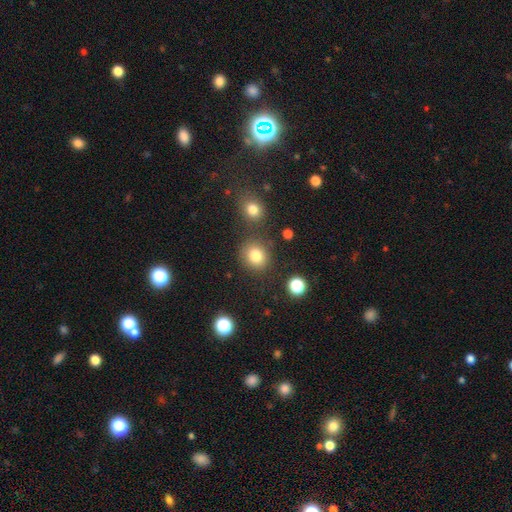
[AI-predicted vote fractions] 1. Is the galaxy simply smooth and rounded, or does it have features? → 80% smooth, 13% star or artifact, 7% featured or disk.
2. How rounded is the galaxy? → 83% round, 16% in between, 1% cigar-shaped.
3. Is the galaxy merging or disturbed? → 79% none, 9% minor disturbance, 9% merger, 4% major disturbance.